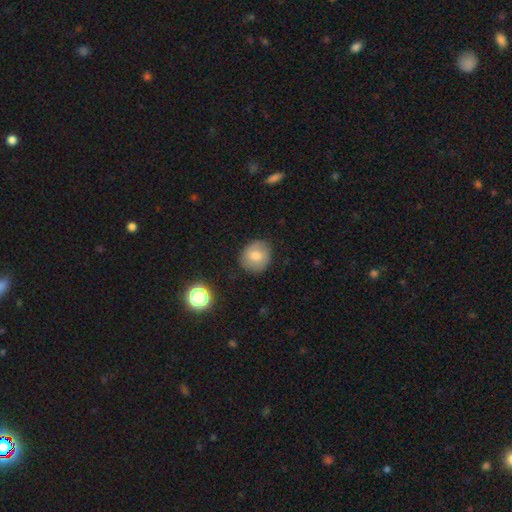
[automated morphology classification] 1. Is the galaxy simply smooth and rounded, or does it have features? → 73% smooth, 17% featured or disk, 9% star or artifact.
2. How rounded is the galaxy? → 80% round, 19% in between, 1% cigar-shaped.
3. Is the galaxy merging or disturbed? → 83% none, 13% minor disturbance, 3% major disturbance, 1% merger.